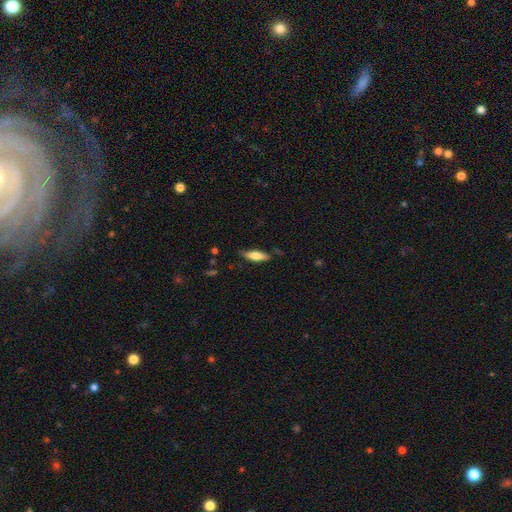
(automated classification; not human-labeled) Smooth or featured: smooth — 67% (featured or disk — 27%)
How rounded: in between — 52% (cigar-shaped — 46%)
Merging: none — 73% (minor disturbance — 21%)